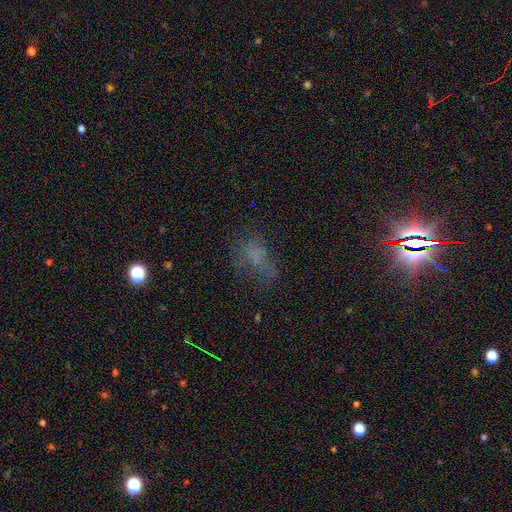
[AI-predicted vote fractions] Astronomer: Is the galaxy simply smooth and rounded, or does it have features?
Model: smooth — 51% (runner-up: star or artifact, 27%).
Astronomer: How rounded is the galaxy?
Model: in between — 80%.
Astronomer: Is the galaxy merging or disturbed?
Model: none — 48% (runner-up: major disturbance, 25%).